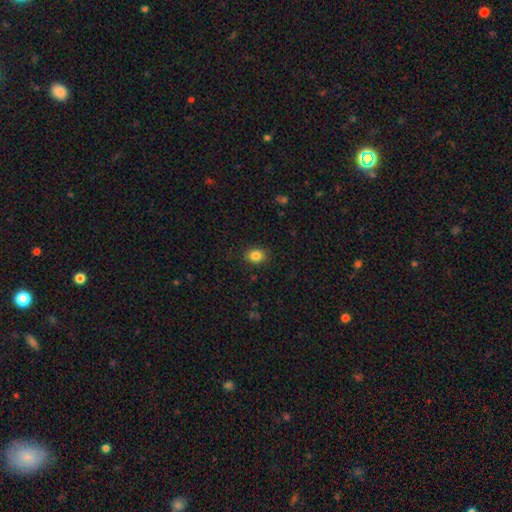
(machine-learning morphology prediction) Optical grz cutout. It shows a smooth galaxy with no disk features (85%) that is in between round and cigar-shaped (55%). Merging: none (88%).